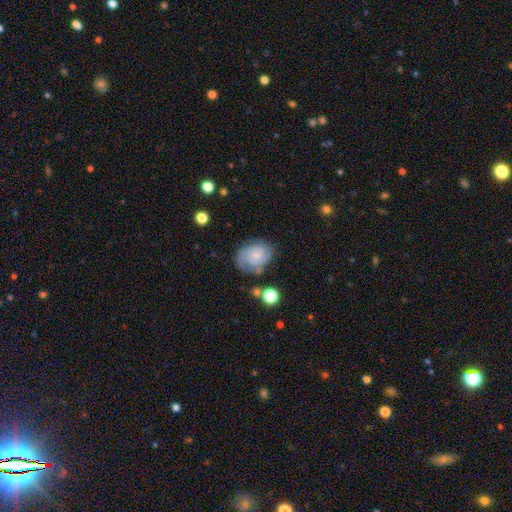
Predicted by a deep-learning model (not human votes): smooth_or_featured: featured or disk (p=0.77) [alt: smooth p=0.17]
disk_edge_on: no (p=0.98) [alt: yes p=0.02]
bar: no (p=0.64) [alt: weak p=0.31]
has_spiral_arms: yes (p=0.95) [alt: no p=0.05]
spiral_winding: tight (p=0.60) [alt: medium p=0.33]
spiral_arm_count: 2 (p=0.56) [alt: can't tell p=0.19]
bulge_size: small (p=0.67) [alt: moderate p=0.23]
merging: none (p=0.68) [alt: minor disturbance p=0.20]